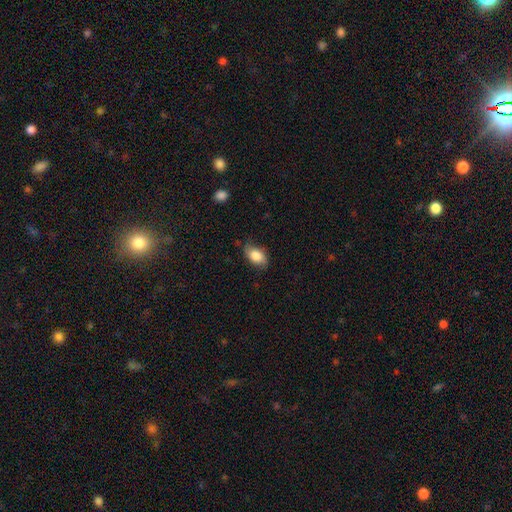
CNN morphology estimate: Q: Smooth or featured?
A: smooth (81%); runner-up: featured or disk (12%)
Q: How rounded?
A: in between (90%); runner-up: round (7%)
Q: Merging?
A: none (73%); runner-up: minor disturbance (22%)